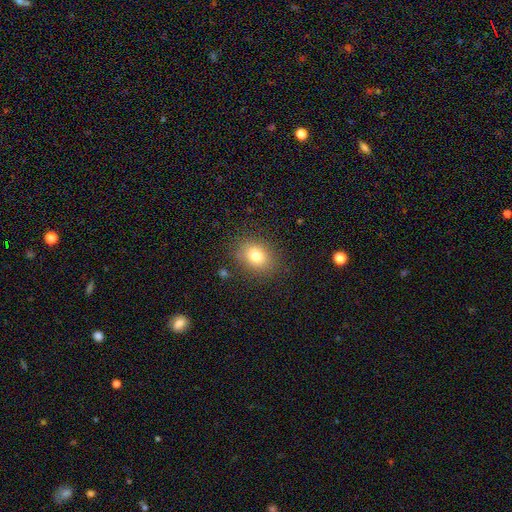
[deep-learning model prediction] A smooth galaxy with no disk features (79%) that is in between round and cigar-shaped (58%). Merging: none (85%).